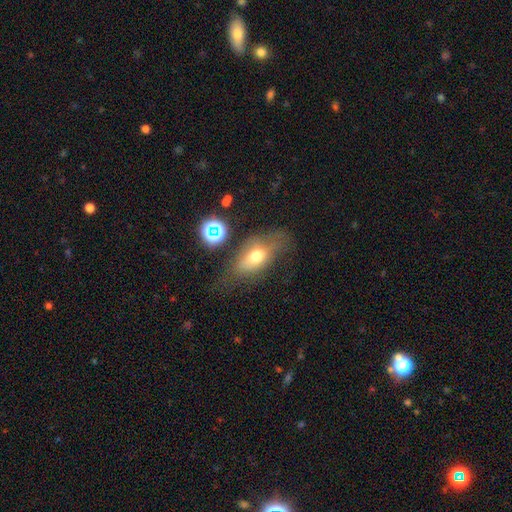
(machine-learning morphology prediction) smooth_or_featured: smooth (p=0.60) [alt: featured or disk p=0.27]
how_rounded: in between (p=0.81) [alt: round p=0.13]
merging: none (p=0.43) [alt: minor disturbance p=0.27]